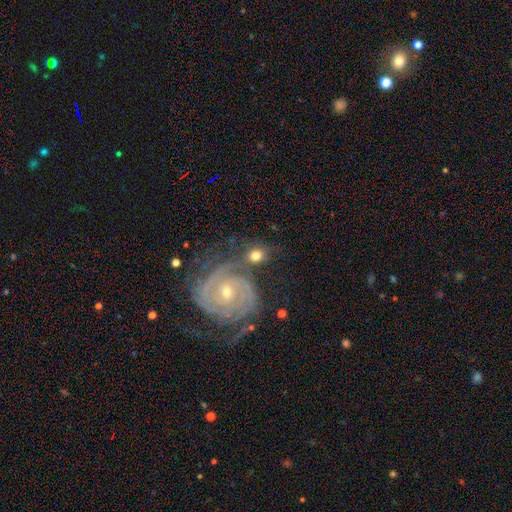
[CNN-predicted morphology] Smooth or featured?
  - smooth: 47% *
  - featured or disk: 44%
  - star or artifact: 9%
Merging?
  - none: 63% *
  - merger: 17%
  - minor disturbance: 13%
  - major disturbance: 6%